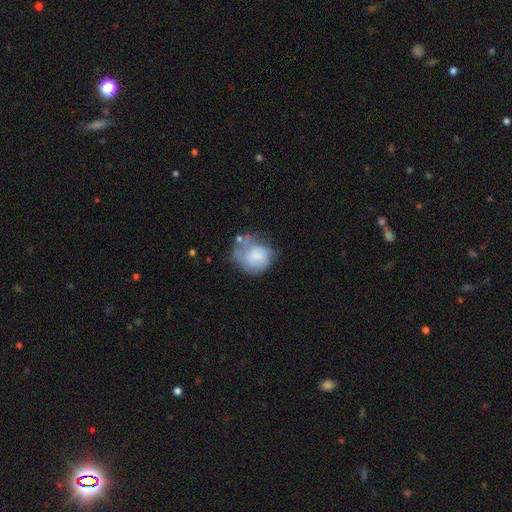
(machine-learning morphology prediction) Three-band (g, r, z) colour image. It shows a smooth galaxy with no disk features (50%) that is round (65%). Merging: major disturbance (35%).